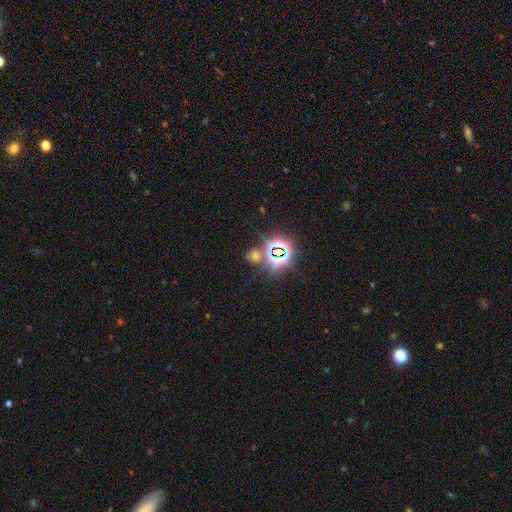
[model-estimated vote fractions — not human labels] star or artifact 61%, smooth 31%, featured or disk 9%.